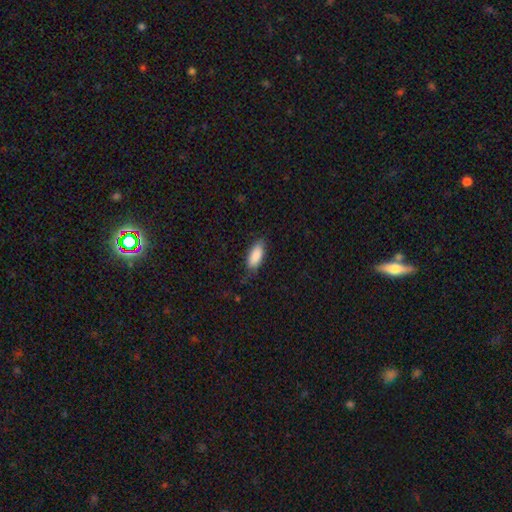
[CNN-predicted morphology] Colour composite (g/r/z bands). It shows a smooth galaxy with no disk features (87%) that is in between round and cigar-shaped (83%). Merging: none (75%).